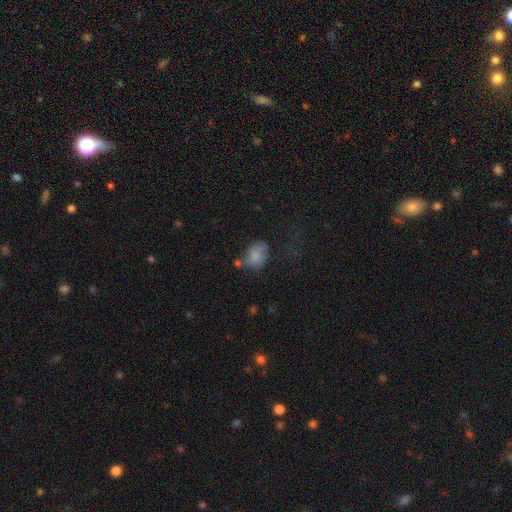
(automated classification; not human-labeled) The model was most divided on "merging": none: 45%, minor disturbance: 28%, major disturbance: 16%, merger: 12%. More confident: smooth or featured — smooth (75%); how rounded — in between (71%).